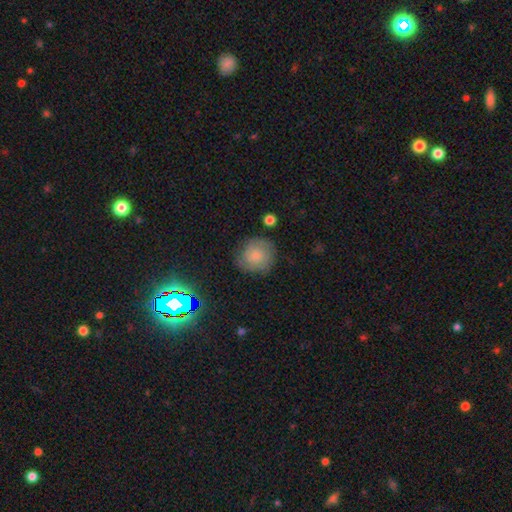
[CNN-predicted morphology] This appears to be a smooth galaxy with no disk features (70%) that is round (89%). Merging: none (73%).